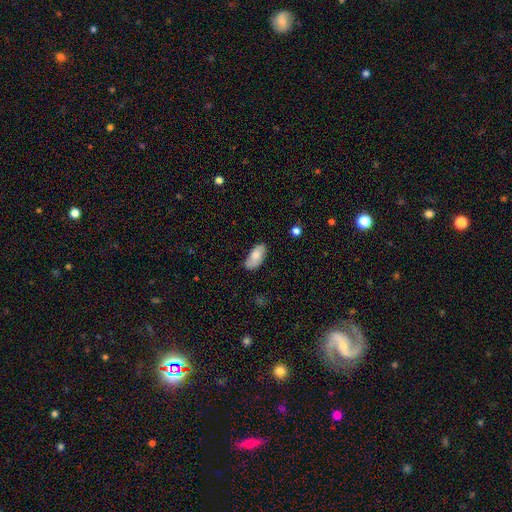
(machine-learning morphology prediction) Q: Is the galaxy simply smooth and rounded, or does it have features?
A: smooth — 78%.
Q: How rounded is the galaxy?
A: in between — 93%.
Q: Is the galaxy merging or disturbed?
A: none — 74%.